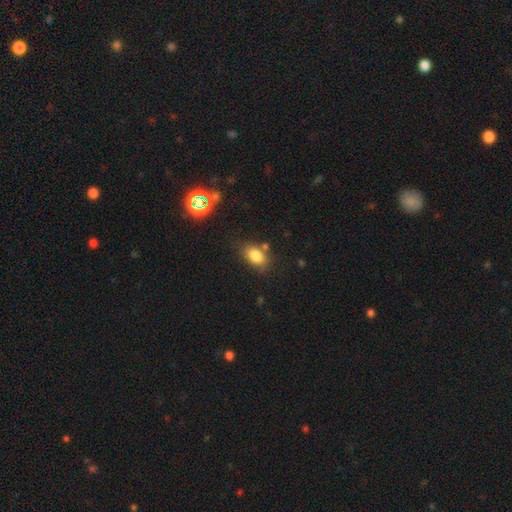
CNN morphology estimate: Overall: smooth (82%). How rounded: in between (81%). Merging: none (70%).